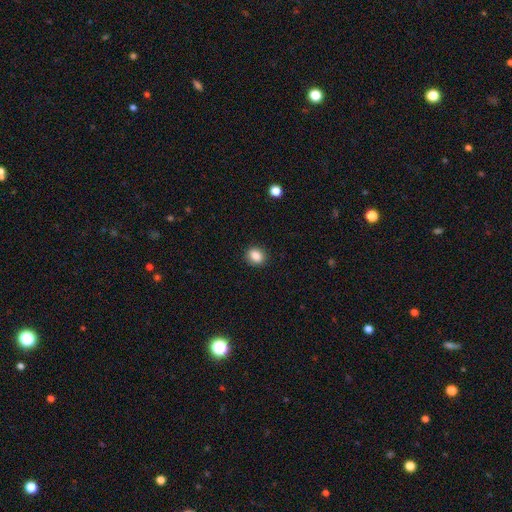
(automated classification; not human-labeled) This appears to be a smooth galaxy with no disk features (86%) that is round (52%). Merging: none (89%).